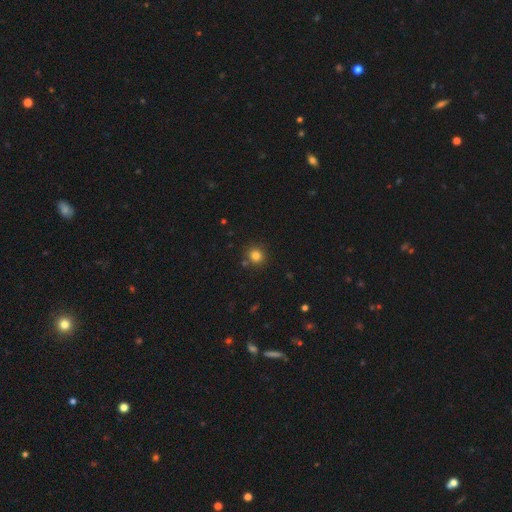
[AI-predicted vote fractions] smooth-or-featured: smooth: 81% | star or artifact: 13% | featured or disk: 5%
  how-rounded: round: 89% | in between: 10% | cigar-shaped: 1%
  merging: none: 83% | minor disturbance: 8% | merger: 6% | major disturbance: 2%